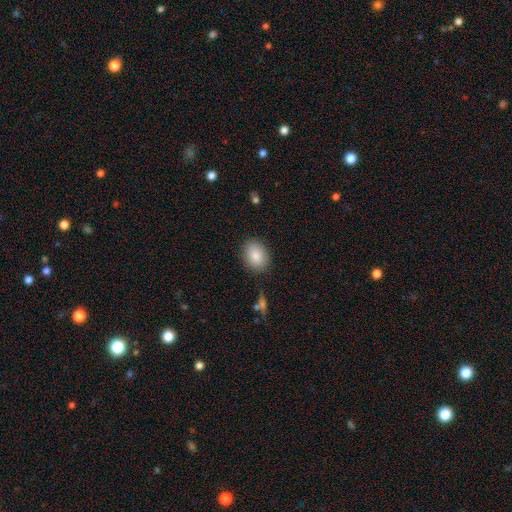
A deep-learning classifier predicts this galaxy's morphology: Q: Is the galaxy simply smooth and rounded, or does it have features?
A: smooth — 86%.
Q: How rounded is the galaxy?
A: in between — 65%.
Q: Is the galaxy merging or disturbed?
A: none — 85%.